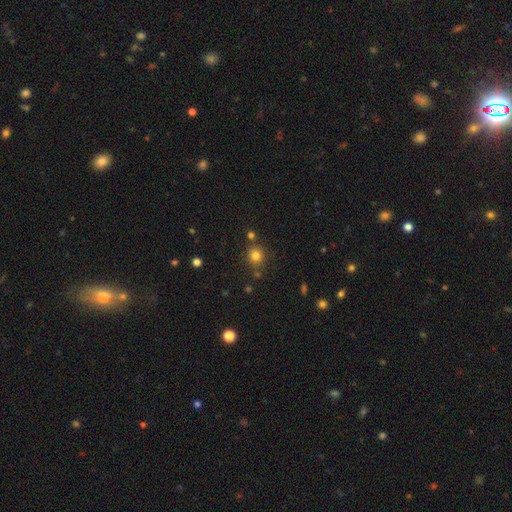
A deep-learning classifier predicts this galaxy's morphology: The model was most divided on "smooth or featured": smooth: 79%, star or artifact: 15%, featured or disk: 6%. More confident: how rounded — round (87%); merging — none (79%).